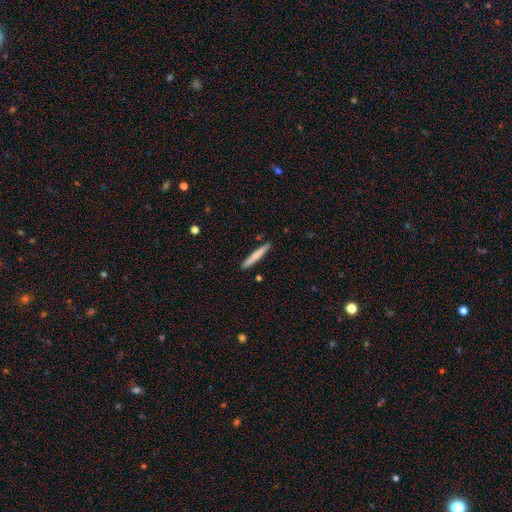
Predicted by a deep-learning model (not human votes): Q: Smooth or featured?
A: smooth (70%); runner-up: featured or disk (24%)
Q: How rounded?
A: cigar-shaped (95%); runner-up: in between (3%)
Q: Merging?
A: none (90%); runner-up: minor disturbance (7%)